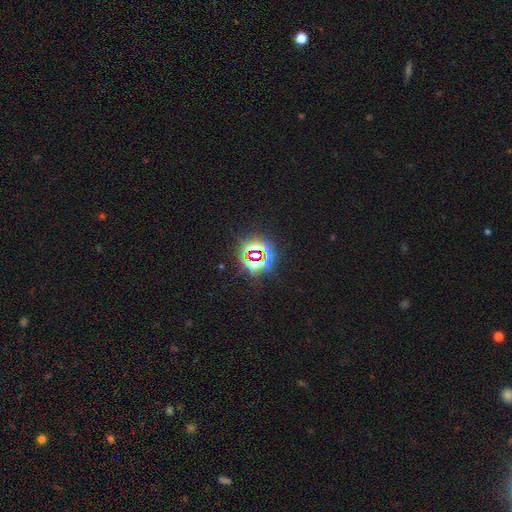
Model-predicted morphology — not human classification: The model was most divided on "smooth or featured": star or artifact: 80%, smooth: 12%, featured or disk: 8%.